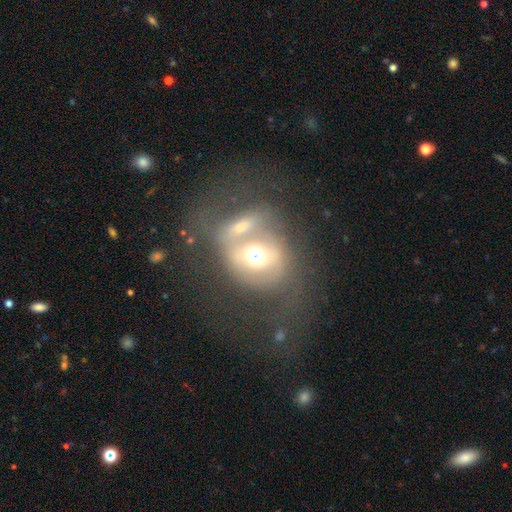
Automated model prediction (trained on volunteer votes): Overall: featured or disk (47%; smooth 41%). Merging: merger (61%).